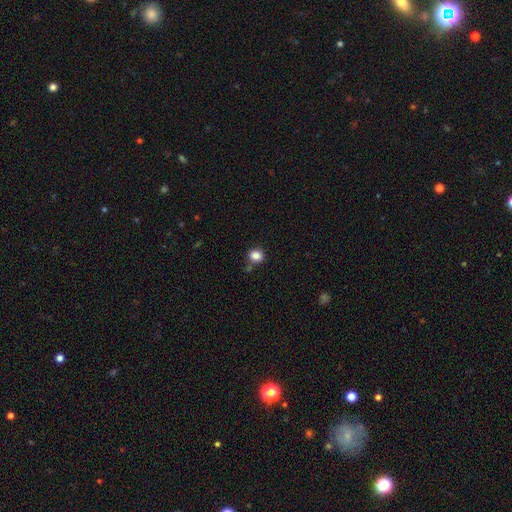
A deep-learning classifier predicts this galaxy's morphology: Smooth or featured? Predicted: smooth (p=0.85). How rounded? Predicted: round (p=0.72). Merging? Predicted: none (p=0.75).